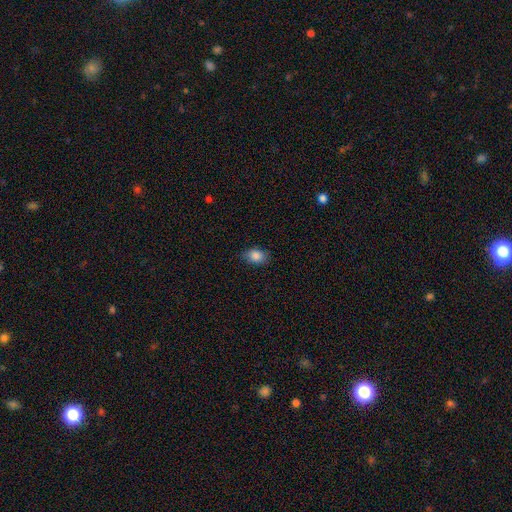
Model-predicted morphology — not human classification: smooth-or-featured: smooth: 85% | star or artifact: 9% | featured or disk: 6%
  how-rounded: in between: 73% | round: 25% | cigar-shaped: 1%
  merging: none: 77% | minor disturbance: 18% | major disturbance: 3% | merger: 1%